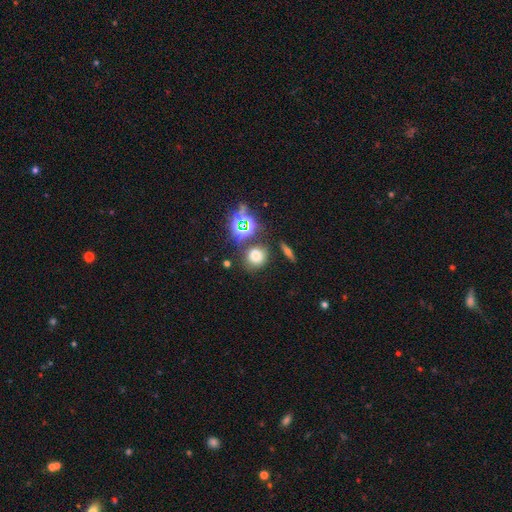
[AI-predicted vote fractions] Q: Smooth or featured?
A: smooth (64%); runner-up: star or artifact (27%)
Q: How rounded?
A: round (84%); runner-up: in between (14%)
Q: Merging?
A: none (77%); runner-up: minor disturbance (11%)